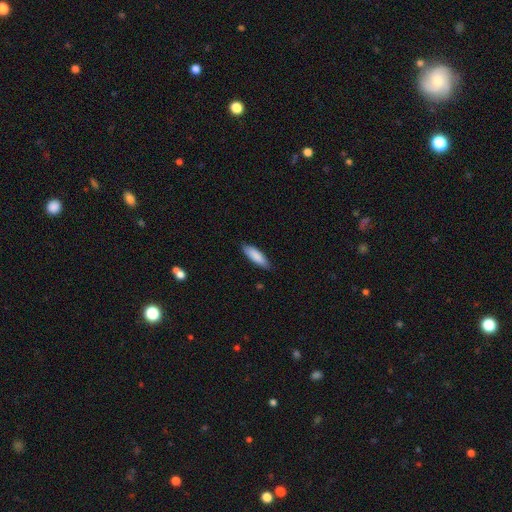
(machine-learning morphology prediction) A smooth galaxy with no disk features (87%) that is cigar-shaped (51%). Merging: none (85%).